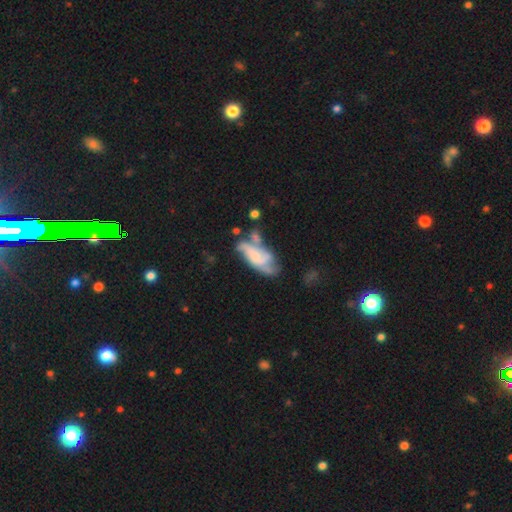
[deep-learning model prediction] Smooth or featured?
  - featured or disk: 67% *
  - smooth: 25%
  - star or artifact: 8%
Edge-on disk?
  - no: 91% *
  - yes: 9%
Bar?
  - no: 65% *
  - weak: 27%
  - strong: 8%
Spiral arms?
  - yes: 85% *
  - no: 15%
Spiral winding?
  - medium: 43% *
  - tight: 29%
  - loose: 28%
Spiral arm count?
  - 2: 34% *
  - 3: 27%
  - can't tell: 25%
  - 4: 7%
  - 1: 4%
  - more than 4: 3%
Bulge size?
  - small: 52% *
  - moderate: 26%
  - none: 17%
  - large: 4%
  - dominant: 2%
Merging?
  - none: 40% *
  - minor disturbance: 24%
  - major disturbance: 18%
  - merger: 18%